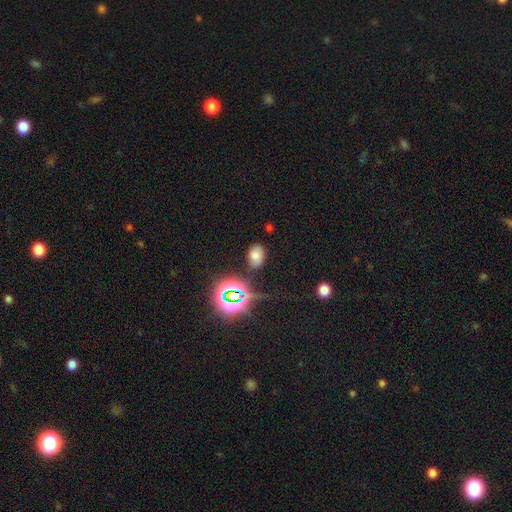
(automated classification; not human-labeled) This is likely a smooth galaxy (67%). How rounded: clearly in between (84%). Merging: likely none (79%).